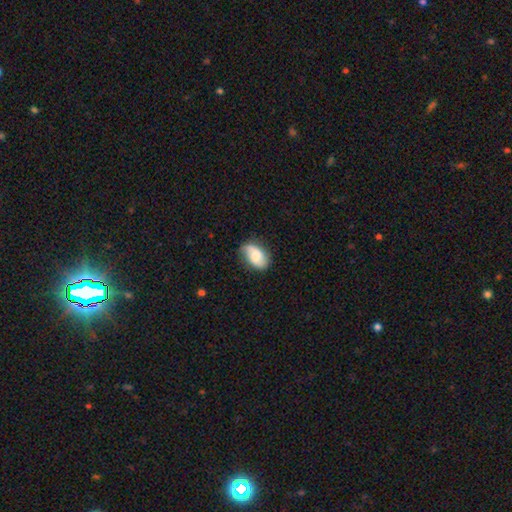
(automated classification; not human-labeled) Smooth or featured? smooth (54%)
How rounded? in between (90%)
Merging? none (70%)